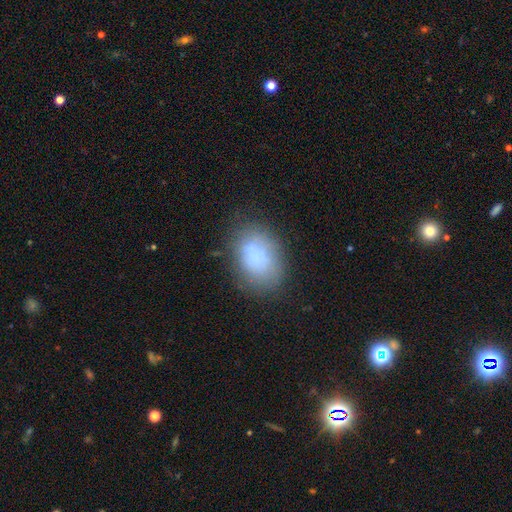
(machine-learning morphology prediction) smooth-or-featured: smooth: 78% | featured or disk: 12% | star or artifact: 10%
  how-rounded: in between: 78% | round: 21% | cigar-shaped: 1%
  merging: none: 70% | minor disturbance: 19% | major disturbance: 7% | merger: 4%